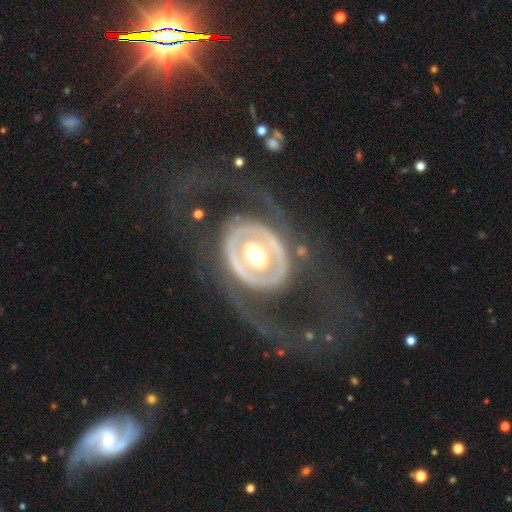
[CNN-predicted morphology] A featured or disk galaxy (78%) with no bar (61%), no spiral arms (64%) and a moderate central bulge (50%). Merging: none (55%).